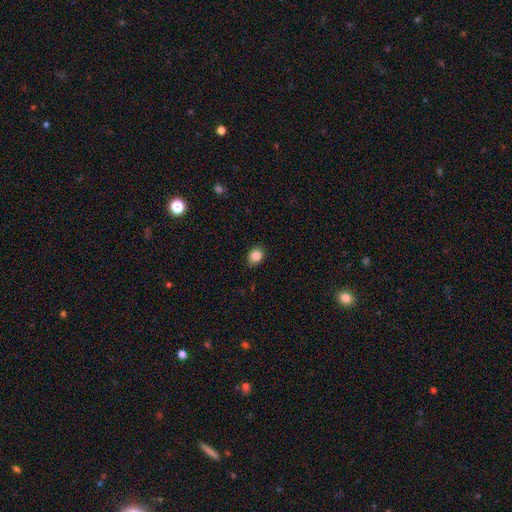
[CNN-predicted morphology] Smooth or featured: smooth — 86% (star or artifact — 10%)
How rounded: round — 54% (in between — 45%)
Merging: none — 88% (minor disturbance — 9%)